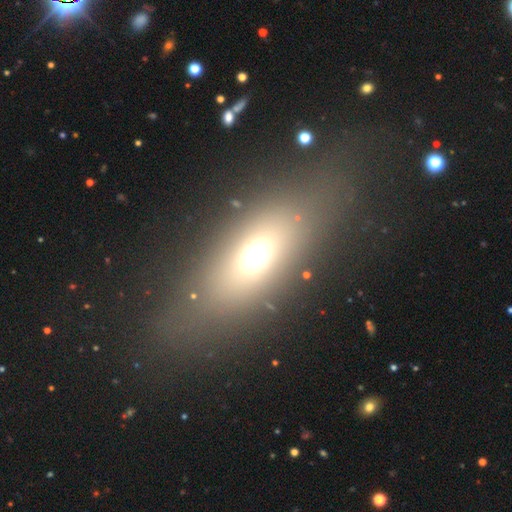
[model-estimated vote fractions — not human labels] Smooth or featured: smooth — 60% (featured or disk — 24%)
How rounded: in between — 70% (cigar-shaped — 20%)
Merging: none — 75% (minor disturbance — 12%)